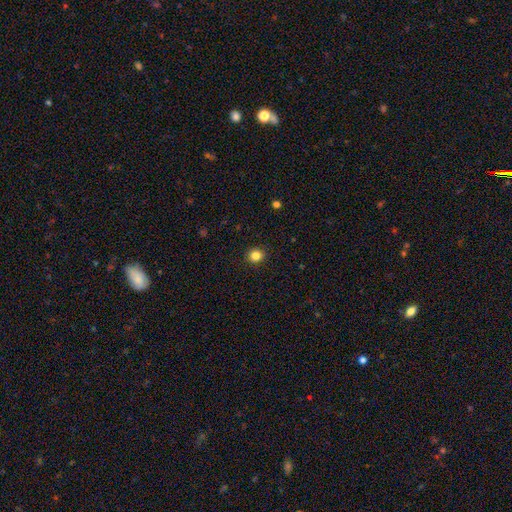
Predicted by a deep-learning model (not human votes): Smooth or featured? smooth (84%)
How rounded? round (88%)
Merging? none (92%)